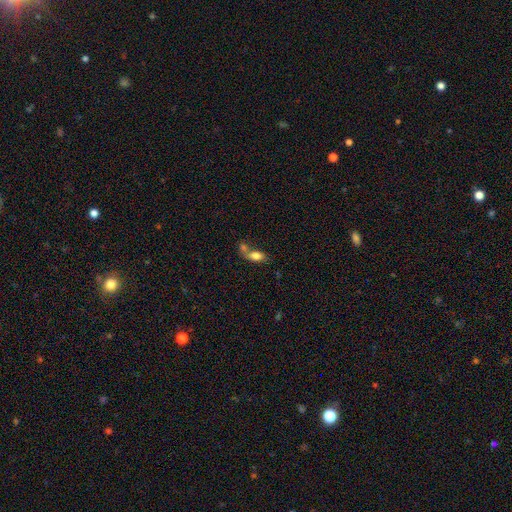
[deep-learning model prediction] Q: Smooth or featured?
A: smooth (76%); runner-up: featured or disk (15%)
Q: How rounded?
A: in between (82%); runner-up: cigar-shaped (10%)
Q: Merging?
A: merger (46%); runner-up: none (34%)